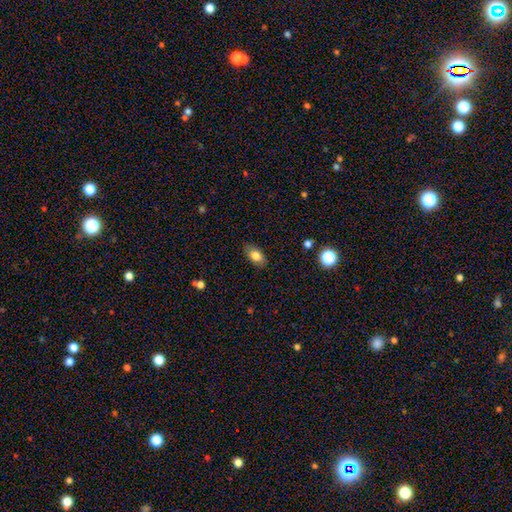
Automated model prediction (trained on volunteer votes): Smooth or featured? smooth (81%)
How rounded? in between (88%)
Merging? none (85%)